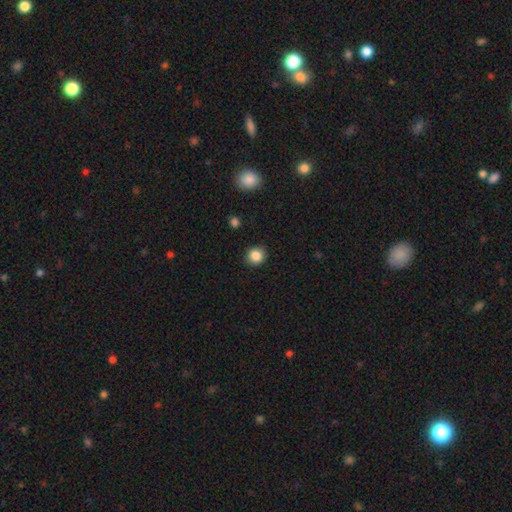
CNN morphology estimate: Smooth or featured? smooth (86%)
How rounded? round (87%)
Merging? none (91%)